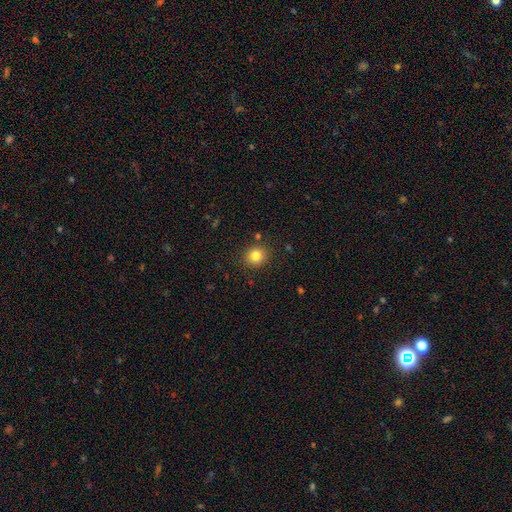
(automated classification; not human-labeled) A smooth galaxy with no disk features (82%) that is round (83%). Merging: none (87%).